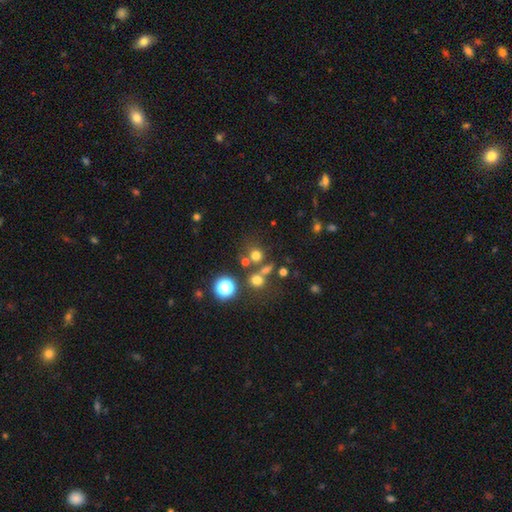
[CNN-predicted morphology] smooth-or-featured: smooth: 68% | star or artifact: 24% | featured or disk: 8%
  how-rounded: round: 88% | in between: 11% | cigar-shaped: 1%
  merging: none: 66% | merger: 20% | minor disturbance: 9% | major disturbance: 5%